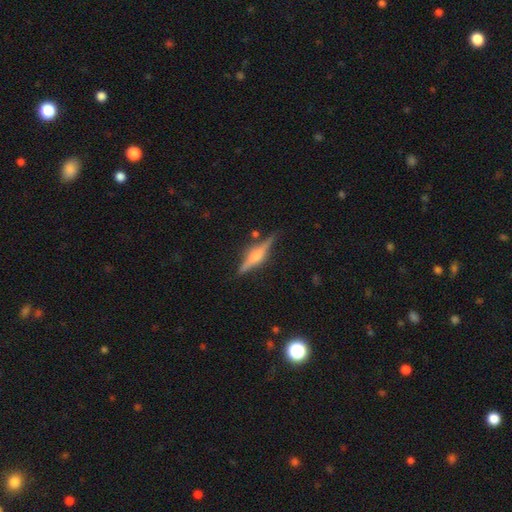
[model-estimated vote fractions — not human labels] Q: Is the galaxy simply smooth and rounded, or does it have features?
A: featured or disk — 73%.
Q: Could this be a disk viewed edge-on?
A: yes — 97%.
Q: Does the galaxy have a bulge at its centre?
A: rounded — 85%.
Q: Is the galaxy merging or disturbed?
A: none — 83%.